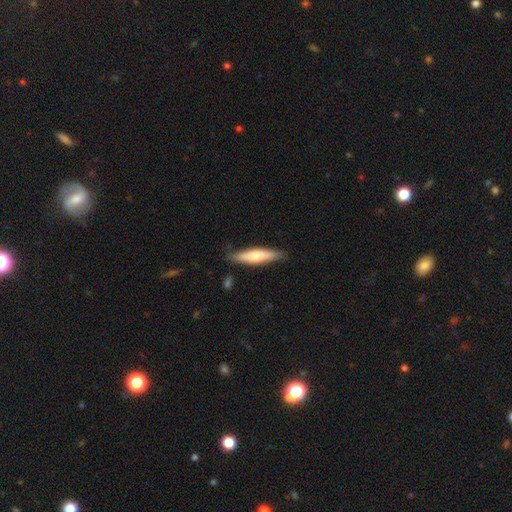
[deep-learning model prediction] Smooth or featured? smooth (64%)
How rounded? cigar-shaped (79%)
Merging? none (82%)